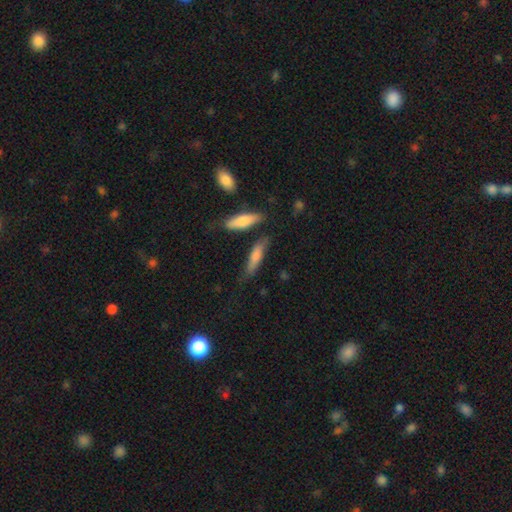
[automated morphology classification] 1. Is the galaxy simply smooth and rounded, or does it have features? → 62% smooth, 30% featured or disk, 8% star or artifact.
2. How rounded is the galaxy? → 78% cigar-shaped, 20% in between, 2% round.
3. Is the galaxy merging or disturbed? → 71% none, 18% minor disturbance, 6% merger, 5% major disturbance.